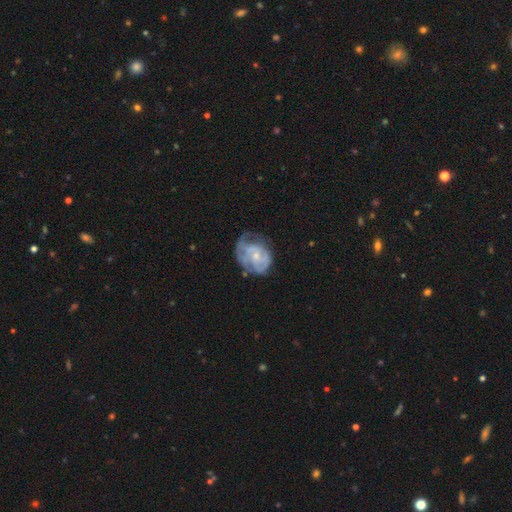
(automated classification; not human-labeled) A featured or disk galaxy (67%) with no bar (76%), spiral arms (66%) and a small central bulge (61%).

Vote fractions:
- Smooth or featured? featured or disk: 67% / smooth: 26% / star or artifact: 7%
- Edge-on disk? no: 98% / yes: 2%
- Bar? no: 76% / weak: 21% / strong: 3%
- Spiral arms? yes: 66% / no: 34%
- Bulge size? small: 61% / moderate: 30% / none: 6% / large: 2% / dominant: 1%
- Merging? none: 37% / major disturbance: 31% / minor disturbance: 29% / merger: 3%